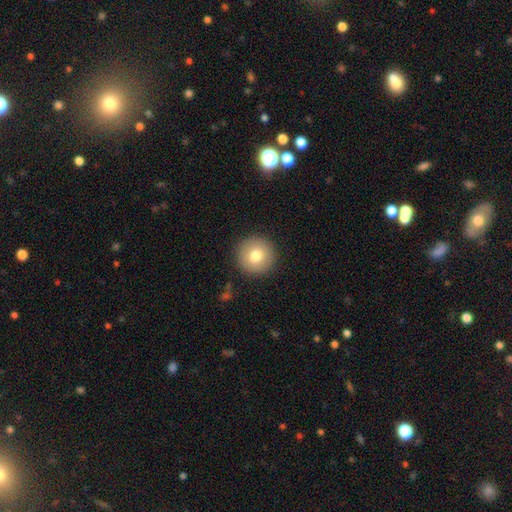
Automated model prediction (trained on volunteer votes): A smooth galaxy with no disk features (77%) that is round (96%). Merging: none (91%).